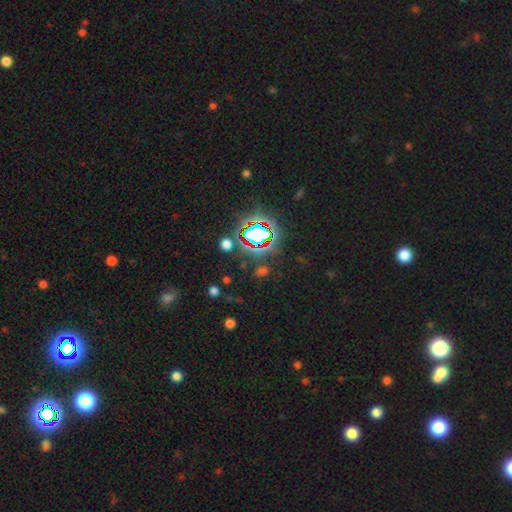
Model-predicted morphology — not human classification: type=star or artifact (82%).